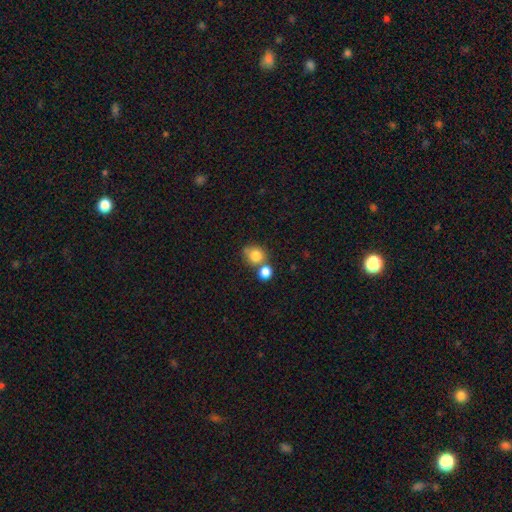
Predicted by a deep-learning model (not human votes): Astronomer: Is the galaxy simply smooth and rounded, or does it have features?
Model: smooth — 81%.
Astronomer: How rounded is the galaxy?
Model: round — 77%.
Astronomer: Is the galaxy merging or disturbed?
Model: none — 50% (runner-up: merger, 34%).